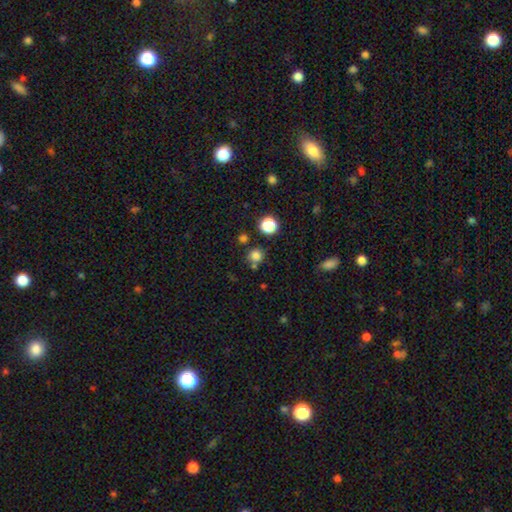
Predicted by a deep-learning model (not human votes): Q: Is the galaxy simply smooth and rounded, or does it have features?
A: smooth — 78%.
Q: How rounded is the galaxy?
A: round — 89%.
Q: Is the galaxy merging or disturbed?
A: none — 74%.